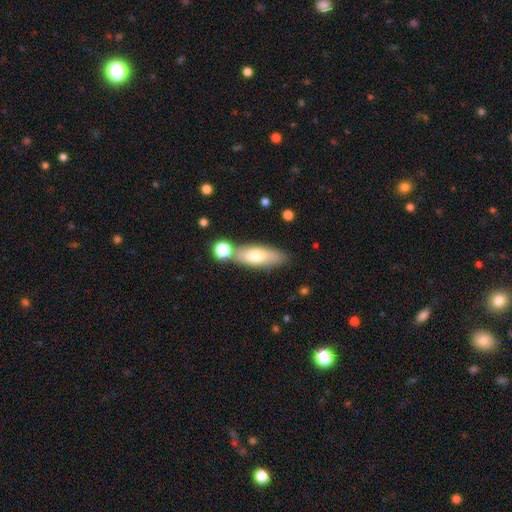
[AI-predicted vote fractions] A smooth galaxy with no disk features (68%) that is in between round and cigar-shaped (64%).

Vote fractions:
- Smooth or featured? smooth: 68% / featured or disk: 25% / star or artifact: 7%
- How rounded? in between: 64% / cigar-shaped: 33% / round: 3%
- Merging? none: 69% / merger: 14% / minor disturbance: 14% / major disturbance: 4%